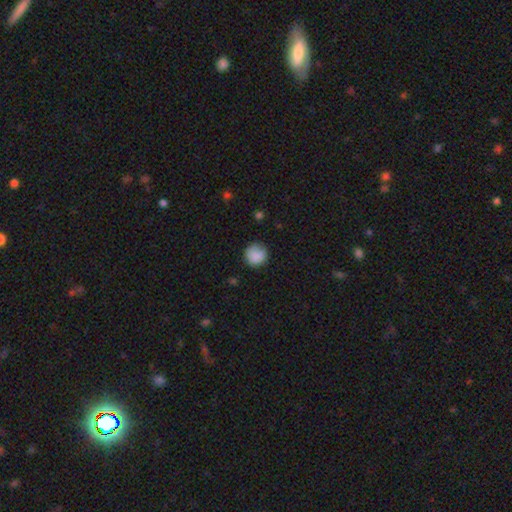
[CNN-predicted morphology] Smooth or featured? Predicted: smooth (p=0.86). How rounded? Predicted: round (p=0.91). Merging? Predicted: none (p=0.77).